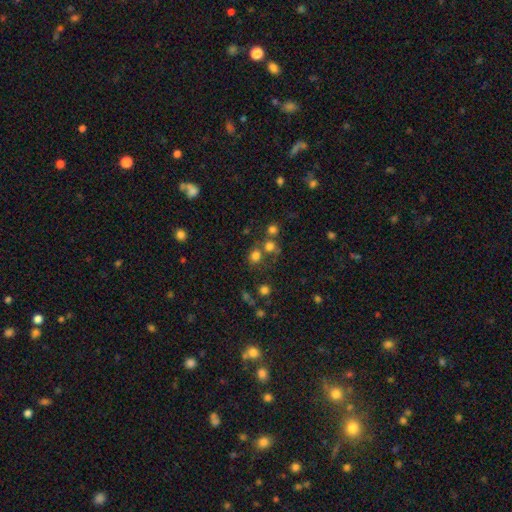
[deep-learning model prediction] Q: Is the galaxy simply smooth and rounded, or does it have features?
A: smooth — 72%.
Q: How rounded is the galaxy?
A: round — 84%.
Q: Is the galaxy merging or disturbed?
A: none — 66%.